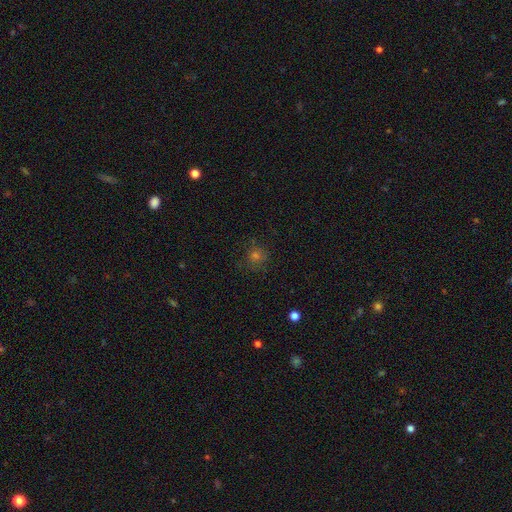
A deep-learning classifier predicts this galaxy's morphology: type=smooth (60%); roundness=round (89%); merging=none (81%).